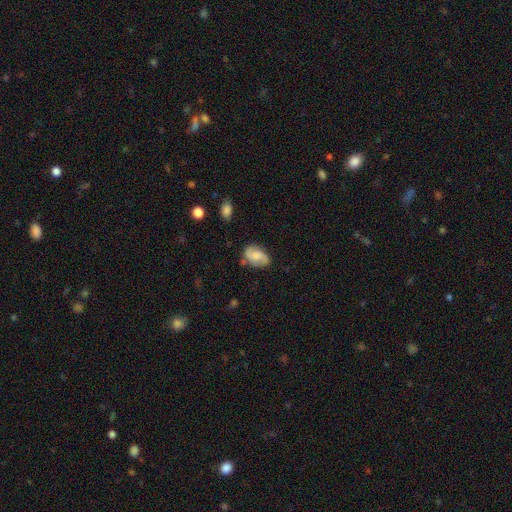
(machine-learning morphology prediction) Smooth or featured: featured or disk — 48% (smooth — 44%)
Merging: none — 69% (minor disturbance — 22%)